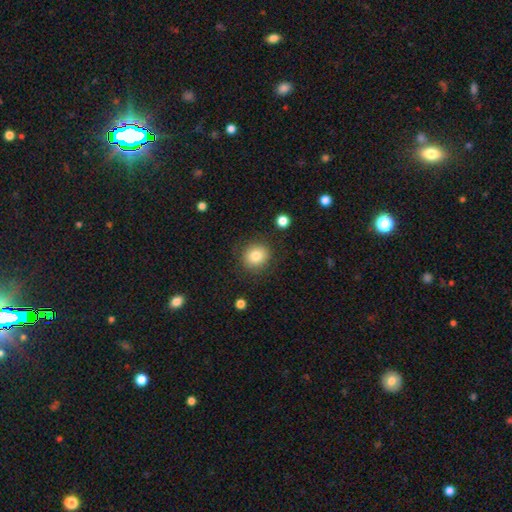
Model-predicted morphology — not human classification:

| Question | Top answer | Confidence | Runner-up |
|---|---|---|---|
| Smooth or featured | smooth | 81% | star or artifact (10%) |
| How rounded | round | 82% | in between (17%) |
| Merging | none | 85% | minor disturbance (9%) |